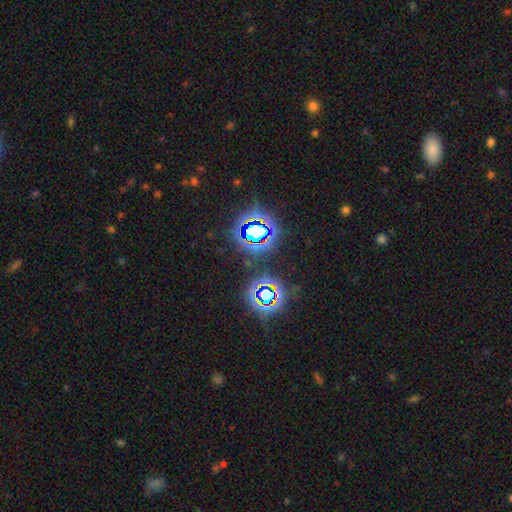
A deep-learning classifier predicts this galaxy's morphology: This appears to be a star or artifact, not a galaxy (72%).